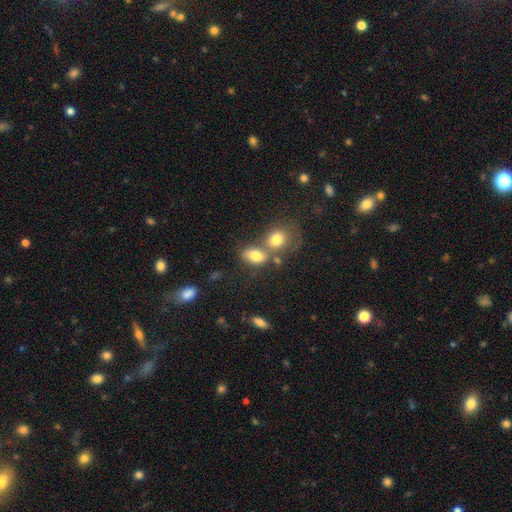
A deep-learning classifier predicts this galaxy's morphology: Q: Smooth or featured?
A: smooth (78%); runner-up: featured or disk (11%)
Q: How rounded?
A: in between (78%); runner-up: round (19%)
Q: Merging?
A: merger (46%); runner-up: none (37%)